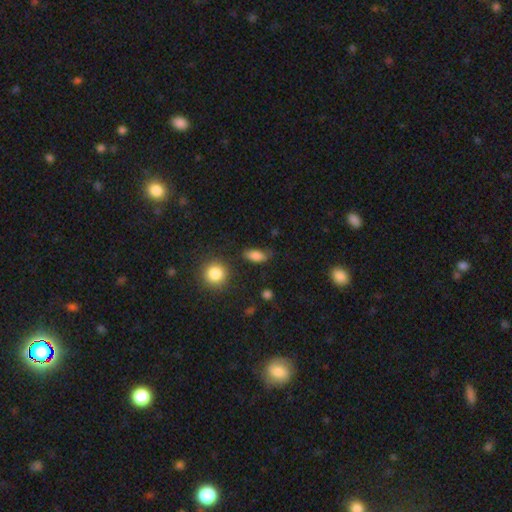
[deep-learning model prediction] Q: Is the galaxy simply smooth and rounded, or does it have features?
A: smooth — 83%.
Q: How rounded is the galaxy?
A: in between — 80%.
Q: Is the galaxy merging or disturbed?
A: none — 75%.